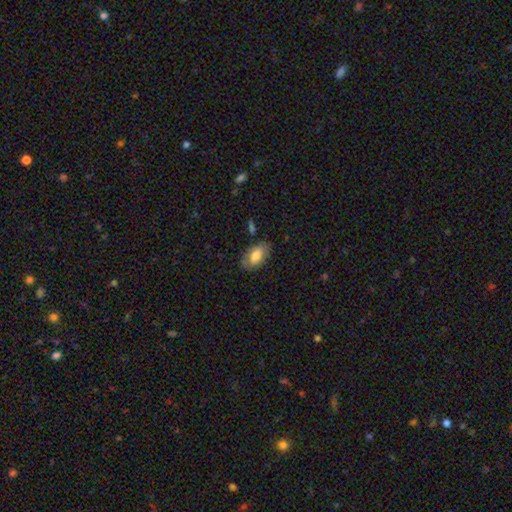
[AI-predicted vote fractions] Smooth or featured: smooth — 75% (featured or disk — 19%)
How rounded: in between — 93% (round — 4%)
Merging: none — 78% (minor disturbance — 15%)